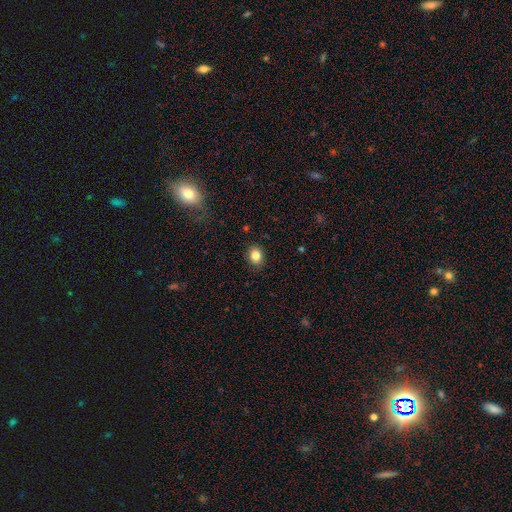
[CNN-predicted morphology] This is clearly a smooth galaxy (84%). How rounded: possibly round (50%). Merging: clearly none (88%).